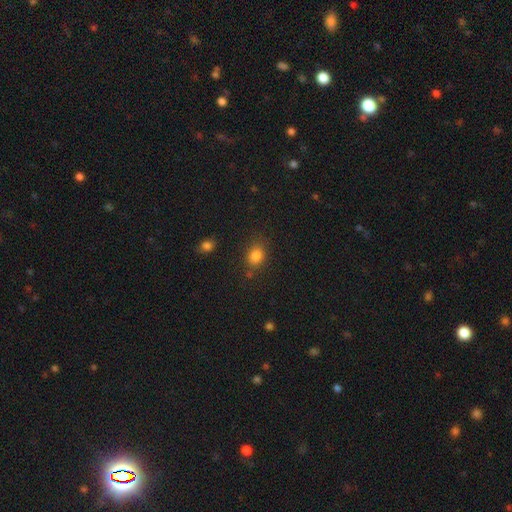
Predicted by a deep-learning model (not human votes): This appears to be a smooth galaxy with no disk features (83%) that is in between round and cigar-shaped (56%). Merging: none (75%).